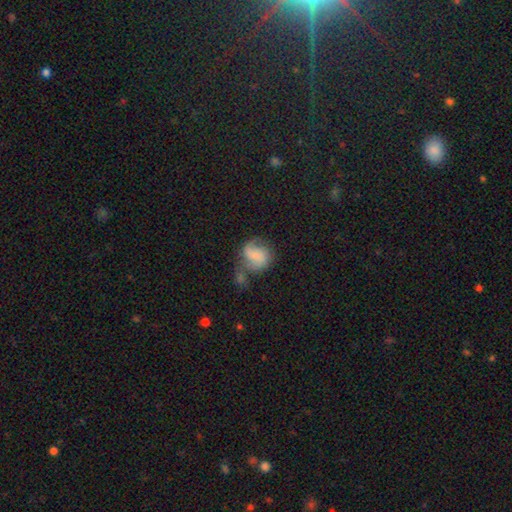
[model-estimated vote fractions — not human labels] Overall: featured or disk (46%; smooth 44%). Merging: none (35%; merger 24%).